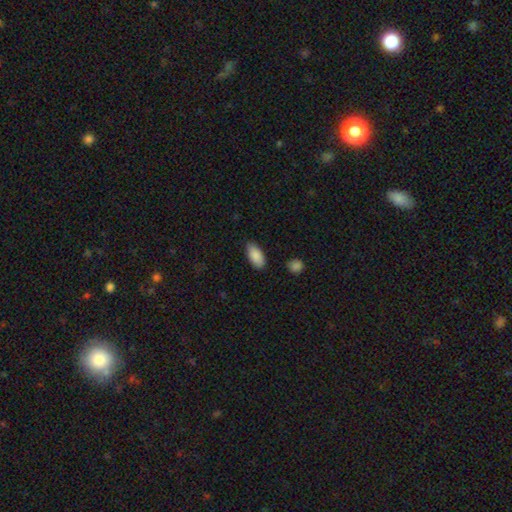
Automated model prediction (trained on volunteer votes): Smooth or featured: smooth — 89% (star or artifact — 6%)
How rounded: in between — 91% (cigar-shaped — 6%)
Merging: none — 84% (minor disturbance — 12%)